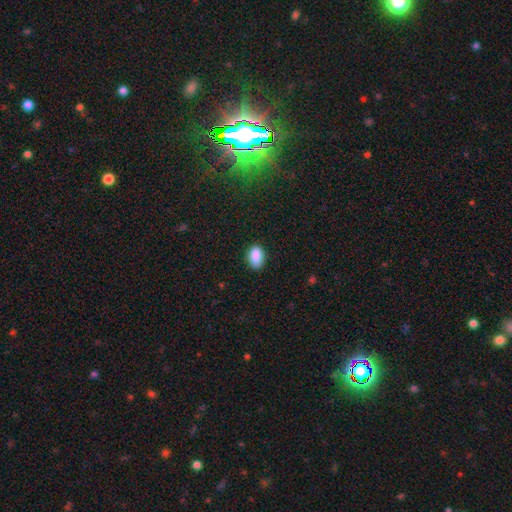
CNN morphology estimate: A smooth galaxy with no disk features (89%) that is in between round and cigar-shaped (89%).

Vote fractions:
- Smooth or featured? smooth: 89% / star or artifact: 8% / featured or disk: 4%
- How rounded? in between: 89% / round: 9% / cigar-shaped: 2%
- Merging? none: 83% / minor disturbance: 13% / major disturbance: 2% / merger: 1%